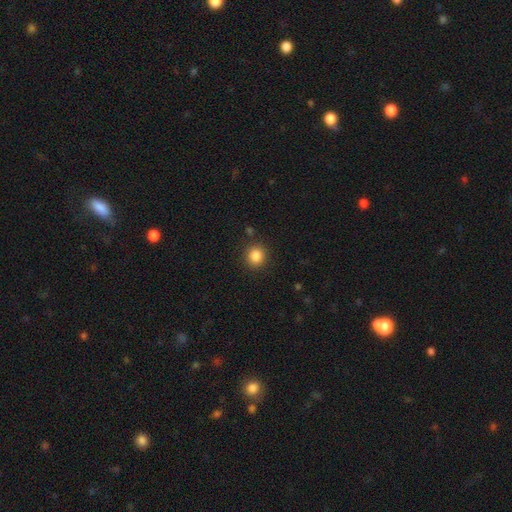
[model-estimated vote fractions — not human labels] Morphology: type=smooth (86%); roundness=round (87%); merging=none (89%).